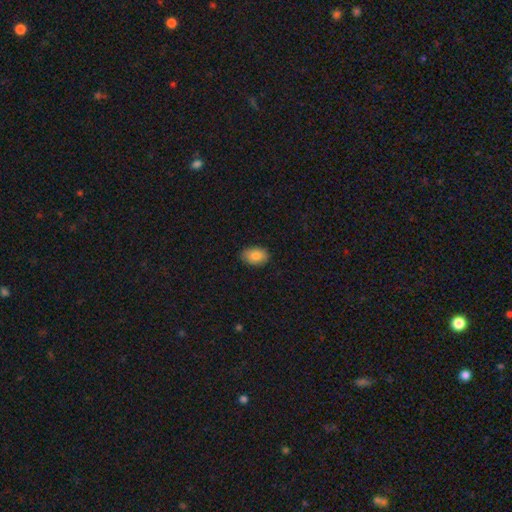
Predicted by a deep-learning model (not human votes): Overall: smooth (86%). How rounded: in between (88%). Merging: none (85%).